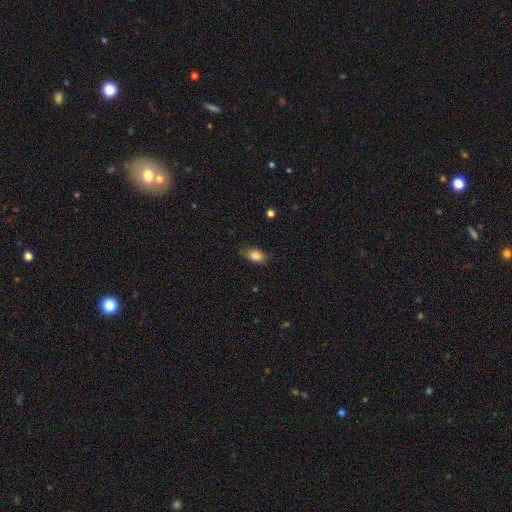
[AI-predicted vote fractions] smooth-or-featured: smooth: 84% | star or artifact: 9% | featured or disk: 7%
  how-rounded: in between: 84% | round: 13% | cigar-shaped: 2%
  merging: none: 74% | minor disturbance: 21% | major disturbance: 4% | merger: 1%